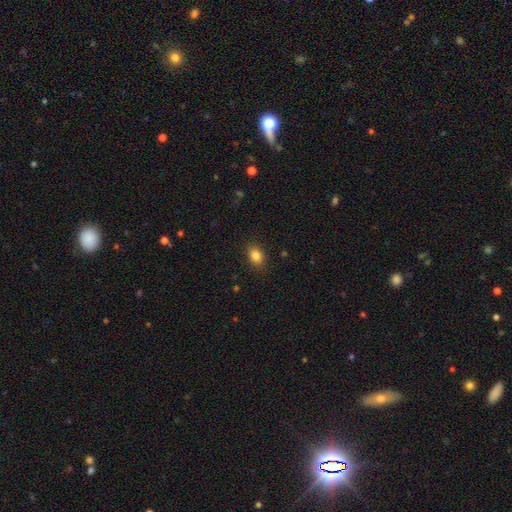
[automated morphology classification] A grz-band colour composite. It shows a smooth galaxy with no disk features (85%) that is in between round and cigar-shaped (72%). Merging: none (86%).